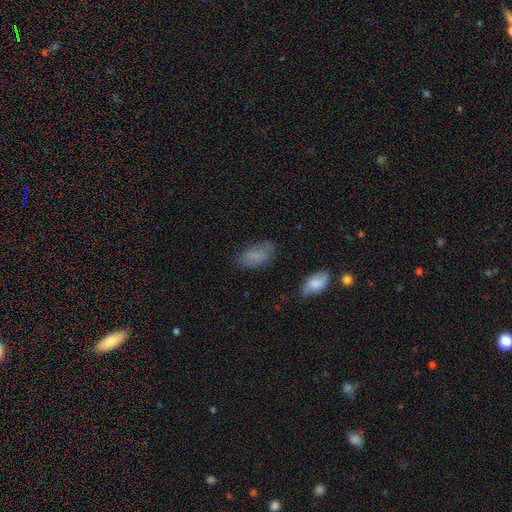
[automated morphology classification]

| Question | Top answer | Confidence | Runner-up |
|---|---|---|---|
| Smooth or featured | smooth | 78% | featured or disk (13%) |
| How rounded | in between | 93% | round (4%) |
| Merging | none | 68% | minor disturbance (22%) |